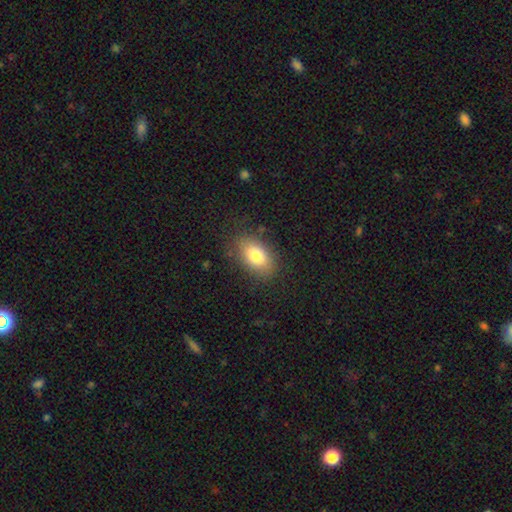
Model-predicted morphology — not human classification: Overall: smooth (80%). How rounded: in between (89%). Merging: none (82%).